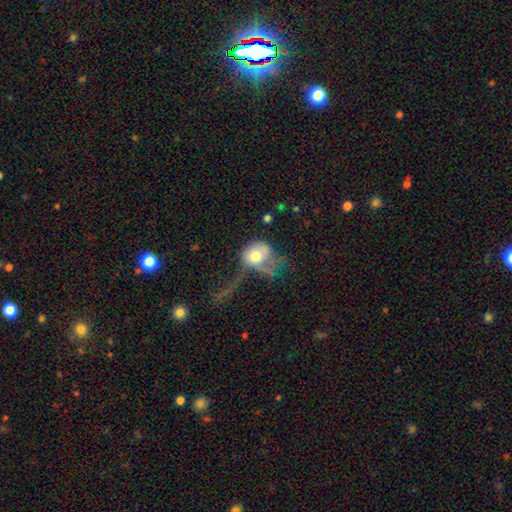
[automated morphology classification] This is likely a smooth galaxy (63%). How rounded: likely round (62%). Merging: possibly major disturbance (58%).